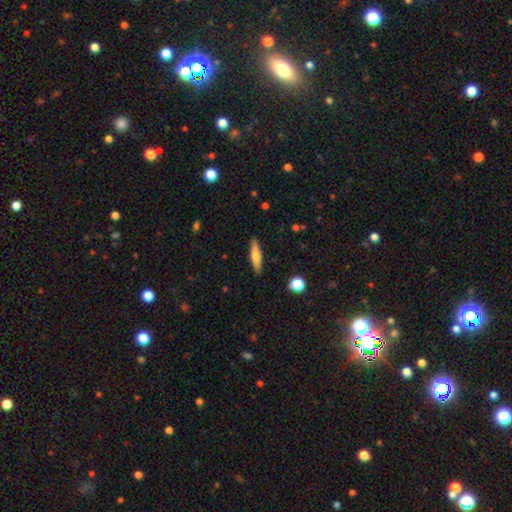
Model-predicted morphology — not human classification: Q: Smooth or featured?
A: smooth (63%); runner-up: featured or disk (31%)
Q: How rounded?
A: cigar-shaped (80%); runner-up: in between (18%)
Q: Merging?
A: none (89%); runner-up: minor disturbance (8%)